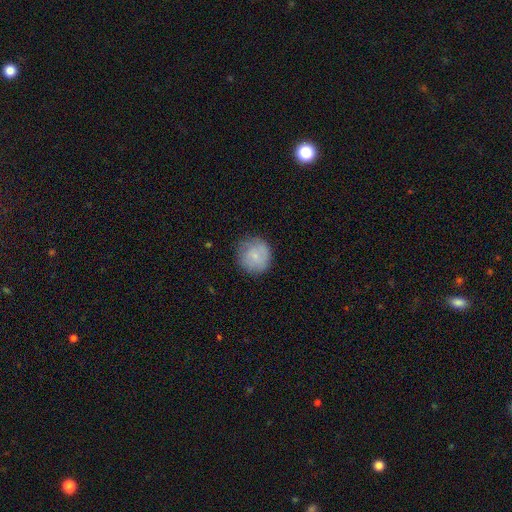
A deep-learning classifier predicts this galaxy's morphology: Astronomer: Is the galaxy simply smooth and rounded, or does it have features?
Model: smooth — 72%.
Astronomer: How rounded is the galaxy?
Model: round — 93%.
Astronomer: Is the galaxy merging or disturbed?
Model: none — 77%.